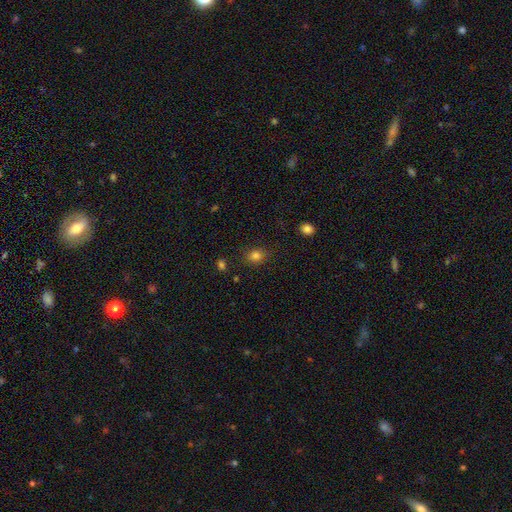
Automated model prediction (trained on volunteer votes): Smooth or featured: smooth — 81% (star or artifact — 13%)
How rounded: round — 63% (in between — 36%)
Merging: none — 84% (minor disturbance — 11%)